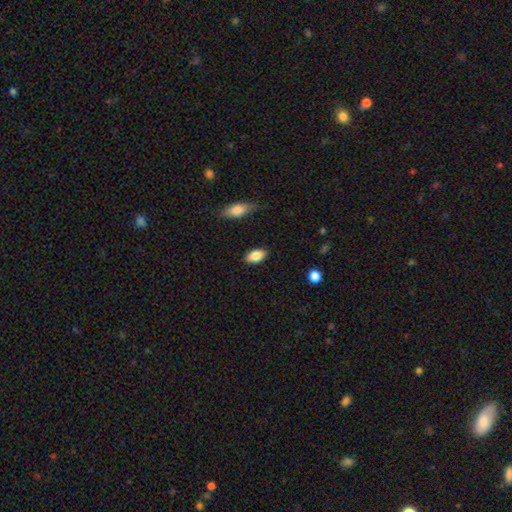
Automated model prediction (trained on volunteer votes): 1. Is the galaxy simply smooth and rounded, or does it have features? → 85% smooth, 8% featured or disk, 7% star or artifact.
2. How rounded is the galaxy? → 91% in between, 4% round, 4% cigar-shaped.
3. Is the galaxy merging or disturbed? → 87% none, 9% minor disturbance, 2% major disturbance, 2% merger.